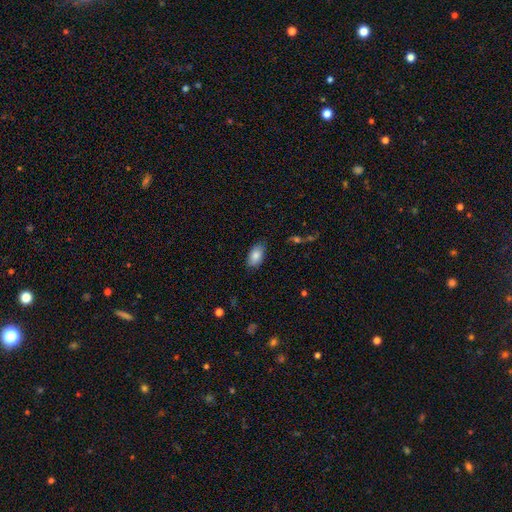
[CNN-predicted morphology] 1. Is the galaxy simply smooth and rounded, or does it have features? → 85% smooth, 8% featured or disk, 7% star or artifact.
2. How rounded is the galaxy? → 93% in between, 5% round, 2% cigar-shaped.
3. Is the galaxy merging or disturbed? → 82% none, 14% minor disturbance, 3% major disturbance, 1% merger.